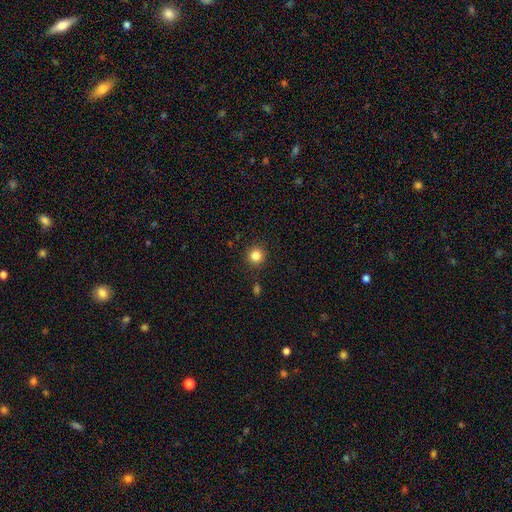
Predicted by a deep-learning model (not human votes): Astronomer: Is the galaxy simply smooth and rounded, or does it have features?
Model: smooth — 85%.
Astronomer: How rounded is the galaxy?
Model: round — 93%.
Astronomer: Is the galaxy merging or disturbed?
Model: none — 89%.